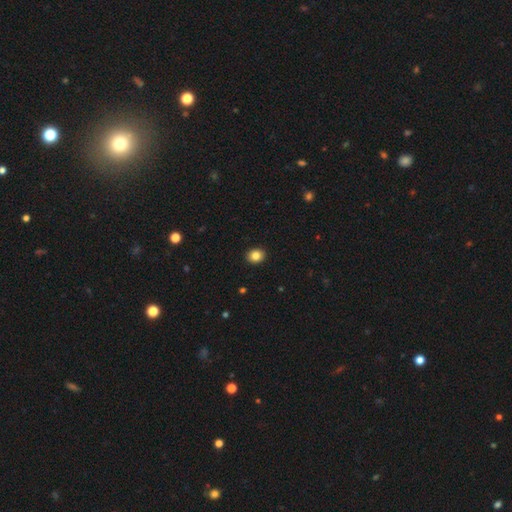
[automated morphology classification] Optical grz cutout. It shows a smooth galaxy with no disk features (84%) that is round (64%). Merging: none (92%).